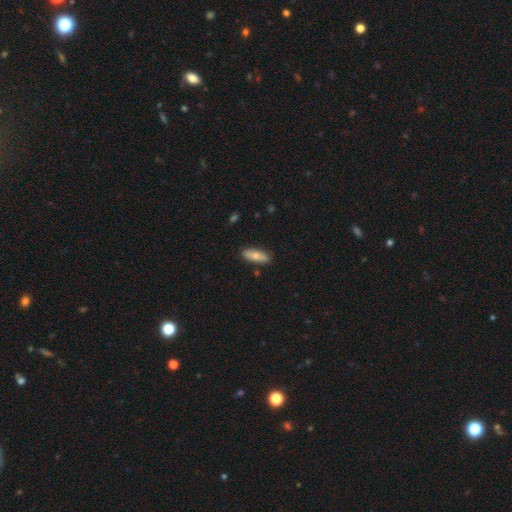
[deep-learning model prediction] A smooth galaxy with no disk features (75%) that is in between round and cigar-shaped (71%). Merging: none (87%).